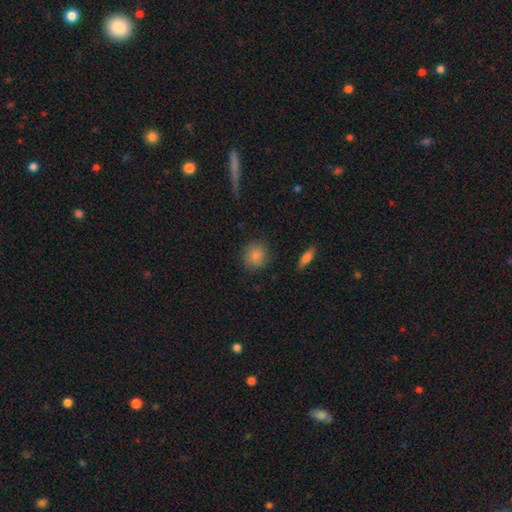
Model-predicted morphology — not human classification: smooth-or-featured: smooth: 85% | star or artifact: 8% | featured or disk: 7%
  how-rounded: round: 82% | in between: 17% | cigar-shaped: 1%
  merging: none: 85% | minor disturbance: 11% | major disturbance: 3% | merger: 1%